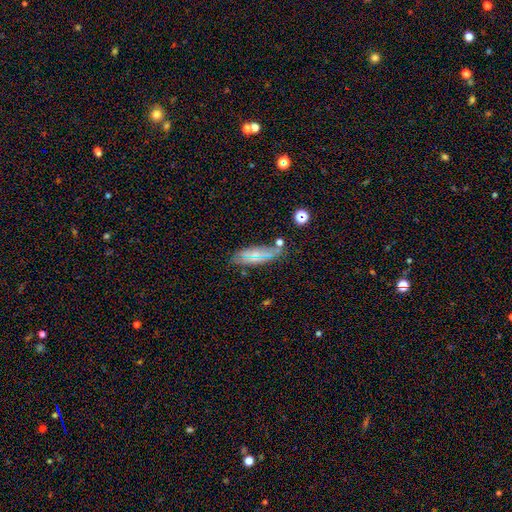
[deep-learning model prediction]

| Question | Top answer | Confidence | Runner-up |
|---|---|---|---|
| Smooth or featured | smooth | 48% | featured or disk (36%) |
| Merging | none | 71% | minor disturbance (18%) |